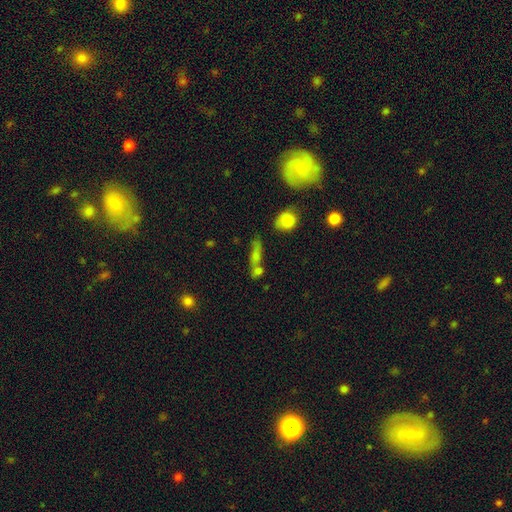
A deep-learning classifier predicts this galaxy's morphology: Smooth or featured: smooth — 66% (featured or disk — 21%)
How rounded: cigar-shaped — 52% (in between — 37%)
Merging: none — 43% (merger — 34%)